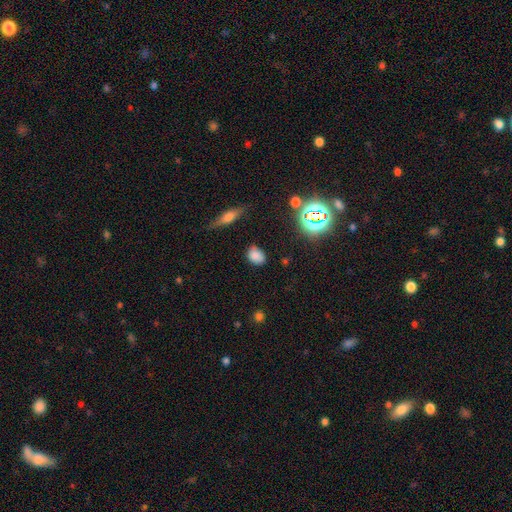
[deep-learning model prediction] Morphology: type=smooth (77%); roundness=in between (67%); merging=none (78%).